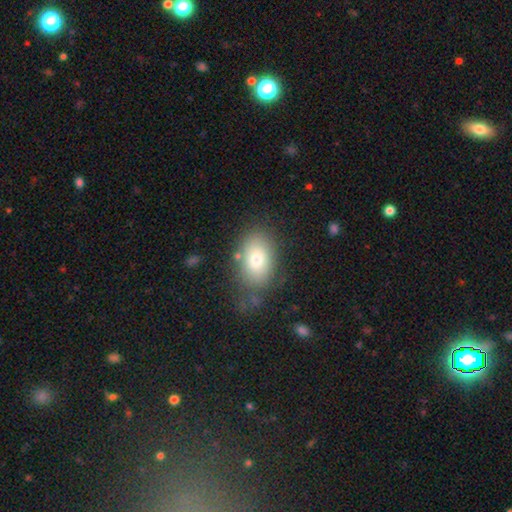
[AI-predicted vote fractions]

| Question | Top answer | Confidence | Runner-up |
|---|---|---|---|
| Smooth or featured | smooth | 76% | featured or disk (14%) |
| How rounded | in between | 87% | round (11%) |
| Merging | none | 73% | minor disturbance (17%) |